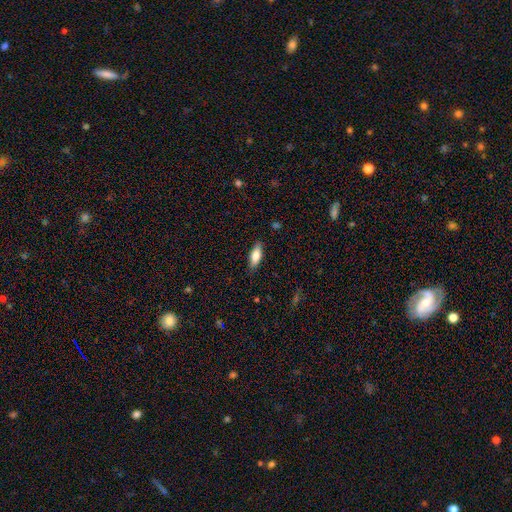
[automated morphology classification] Smooth or featured?
  - smooth: 76% *
  - featured or disk: 17%
  - star or artifact: 6%
How rounded?
  - in between: 68% *
  - cigar-shaped: 30%
  - round: 2%
Merging?
  - none: 87% *
  - minor disturbance: 10%
  - major disturbance: 2%
  - merger: 1%